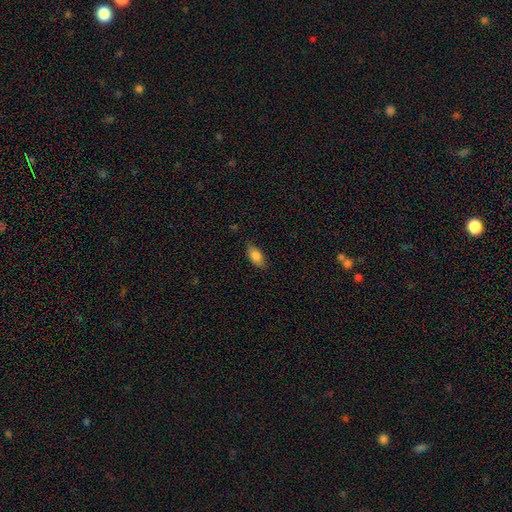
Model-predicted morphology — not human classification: The model was most divided on "merging": none: 82%, minor disturbance: 14%, major disturbance: 3%, merger: 1%. More confident: how rounded — in between (89%); smooth or featured — smooth (84%).